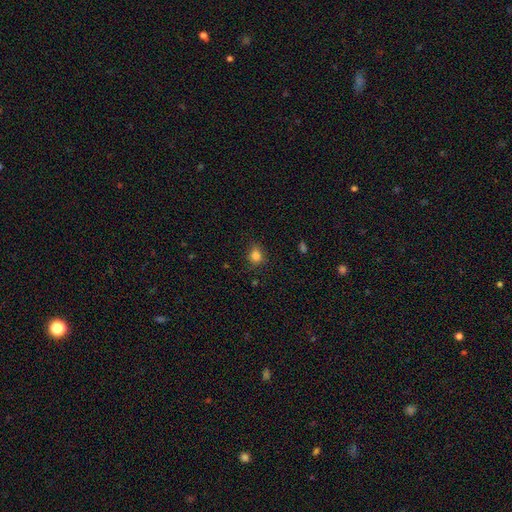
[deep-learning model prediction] This appears to be a smooth galaxy with no disk features (83%) that is round (71%). Merging: none (76%).